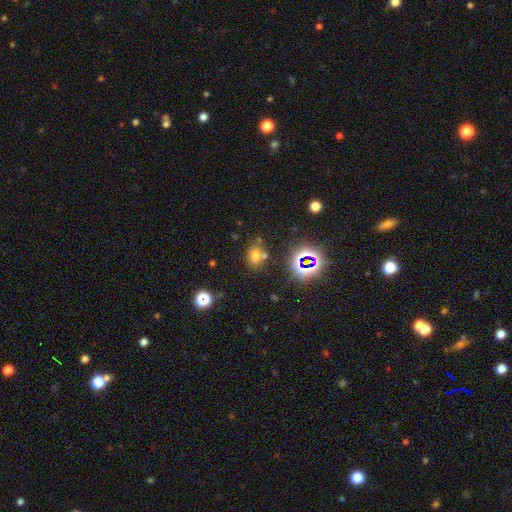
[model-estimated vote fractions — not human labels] The model was most divided on "how rounded": round: 52%, in between: 47%, cigar-shaped: 1%. More confident: merging — none (67%); smooth or featured — smooth (64%).